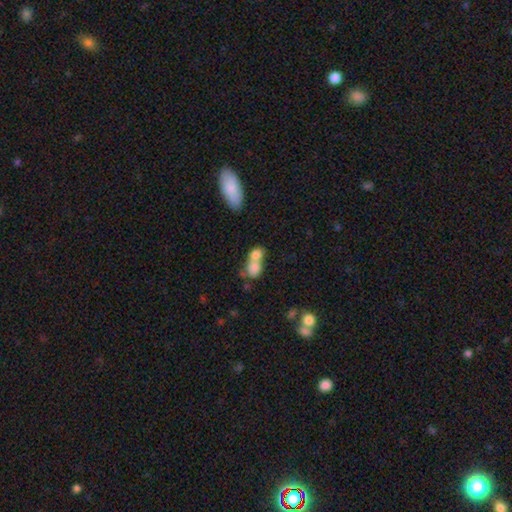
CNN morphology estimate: This appears to be a smooth galaxy with no disk features (78%) that is in between round and cigar-shaped (63%). Merging: merger (69%).